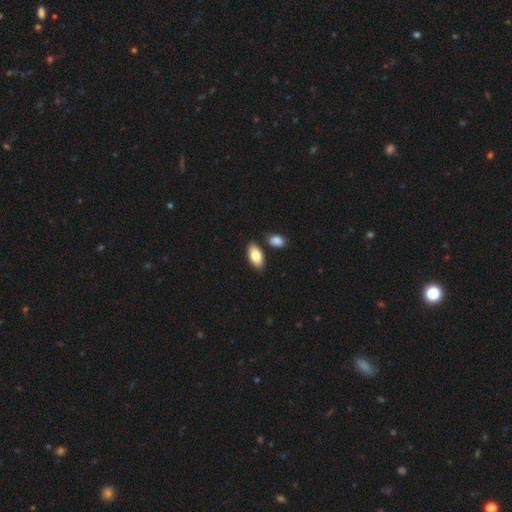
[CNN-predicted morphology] Smooth or featured? smooth (83%)
How rounded? in between (94%)
Merging? none (80%)